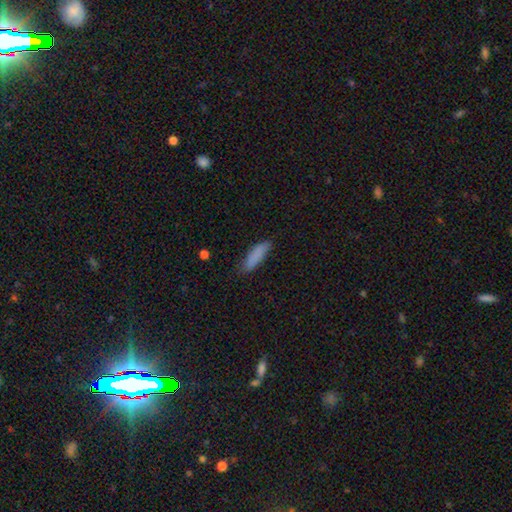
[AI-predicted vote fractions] smooth_or_featured: smooth (p=0.85) [alt: featured or disk p=0.08]
how_rounded: cigar-shaped (p=0.63) [alt: in between p=0.36]
merging: none (p=0.77) [alt: minor disturbance p=0.18]